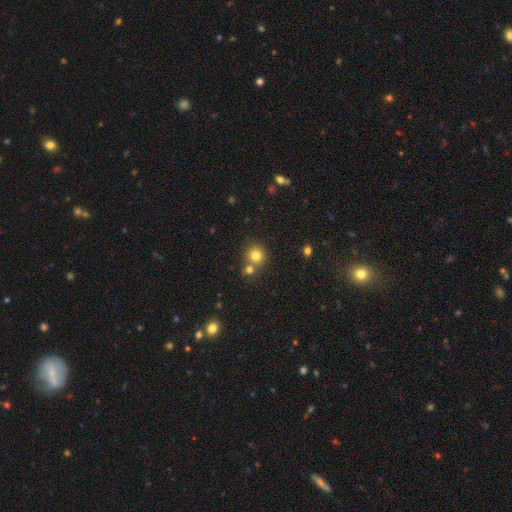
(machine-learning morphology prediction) Q: Smooth or featured?
A: smooth (79%); runner-up: star or artifact (13%)
Q: How rounded?
A: round (91%); runner-up: in between (8%)
Q: Merging?
A: none (63%); runner-up: merger (28%)